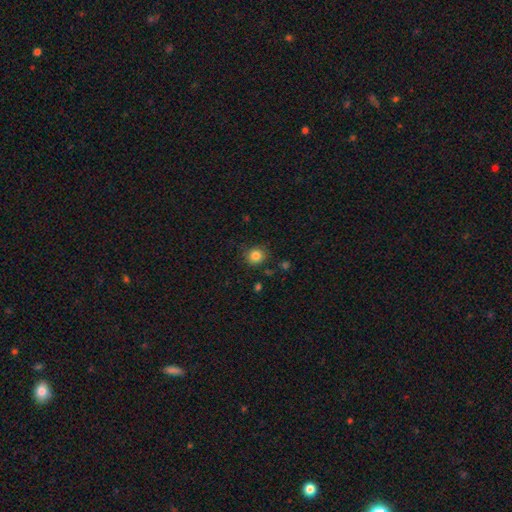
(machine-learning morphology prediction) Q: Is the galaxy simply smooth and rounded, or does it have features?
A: smooth — 84%.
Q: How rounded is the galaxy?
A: round — 88%.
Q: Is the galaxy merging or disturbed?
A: none — 85%.